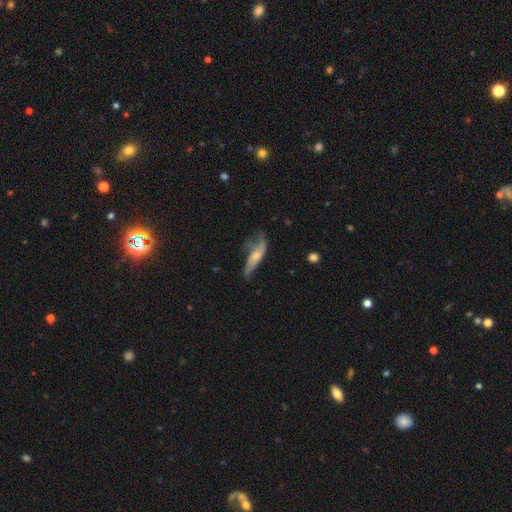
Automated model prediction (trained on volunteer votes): The model was most divided on "merging": none: 38%, minor disturbance: 32%, major disturbance: 26%, merger: 4%. More confident: edge-on disk — no (65%); smooth or featured — featured or disk (50%).